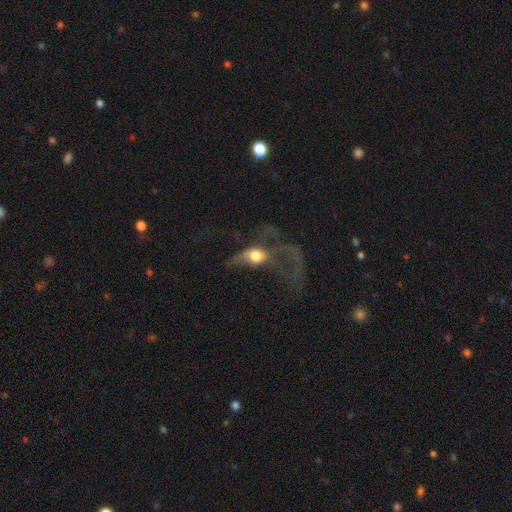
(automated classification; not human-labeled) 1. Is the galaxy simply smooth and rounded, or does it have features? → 45% smooth, 44% featured or disk, 11% star or artifact.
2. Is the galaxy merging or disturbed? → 70% major disturbance, 13% none, 9% minor disturbance, 7% merger.